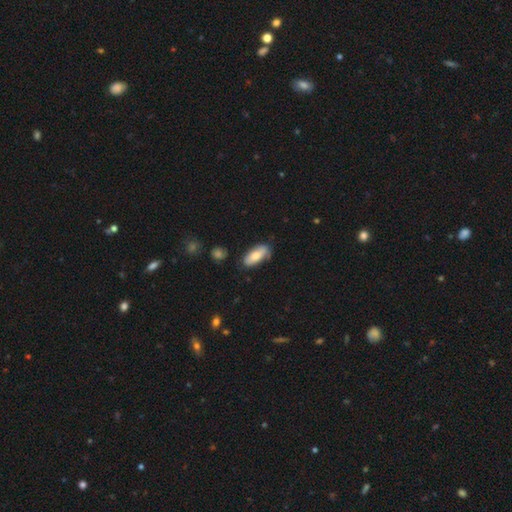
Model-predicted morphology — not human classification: This appears to be a smooth galaxy with no disk features (75%) that is in between round and cigar-shaped (82%). Merging: none (70%).